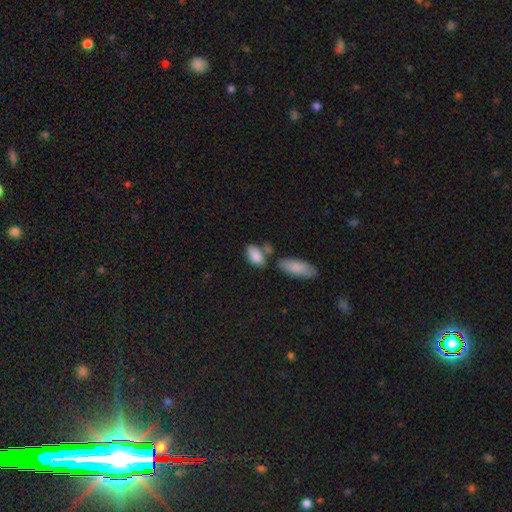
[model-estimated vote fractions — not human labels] smooth-or-featured: smooth: 85% | featured or disk: 8% | star or artifact: 7%
  how-rounded: in between: 90% | round: 5% | cigar-shaped: 4%
  merging: none: 55% | merger: 23% | minor disturbance: 17% | major disturbance: 5%